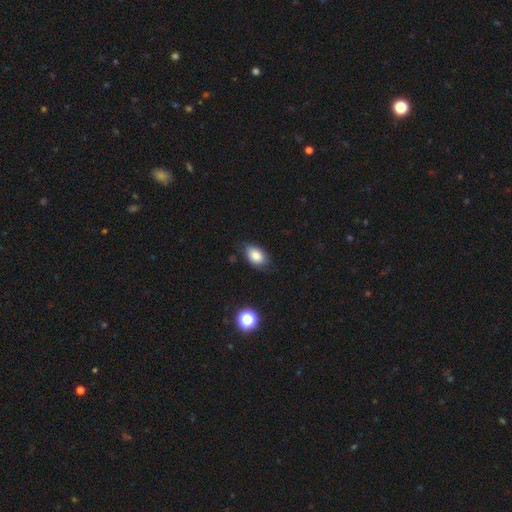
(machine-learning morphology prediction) Smooth or featured? Predicted: smooth (p=0.84). How rounded? Predicted: in between (p=0.87). Merging? Predicted: none (p=0.76).